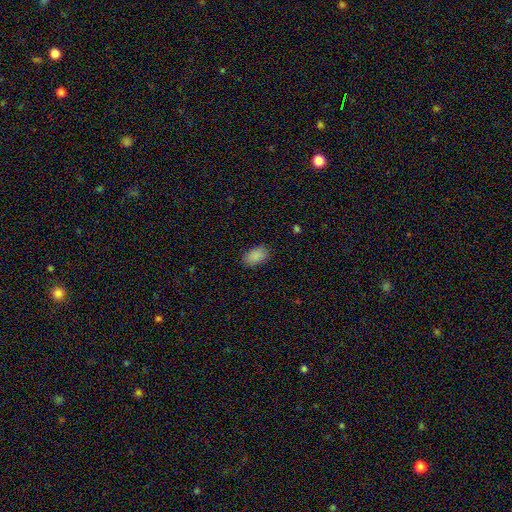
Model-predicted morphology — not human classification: Smooth or featured? Predicted: smooth (p=0.88). How rounded? Predicted: in between (p=0.90). Merging? Predicted: none (p=0.84).